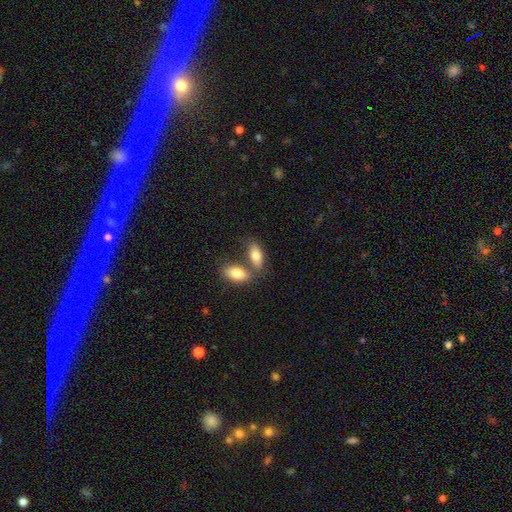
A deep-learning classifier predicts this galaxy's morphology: This is likely a smooth galaxy (79%). How rounded: clearly in between (85%). Merging: possibly none (46%).